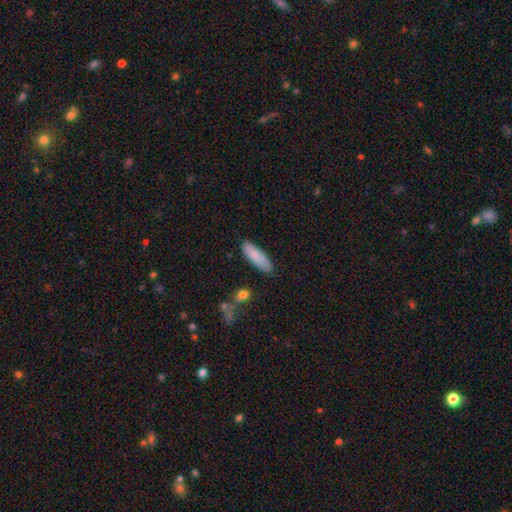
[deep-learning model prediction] Q: Smooth or featured?
A: smooth (85%); runner-up: featured or disk (9%)
Q: How rounded?
A: cigar-shaped (51%); runner-up: in between (48%)
Q: Merging?
A: none (83%); runner-up: minor disturbance (12%)